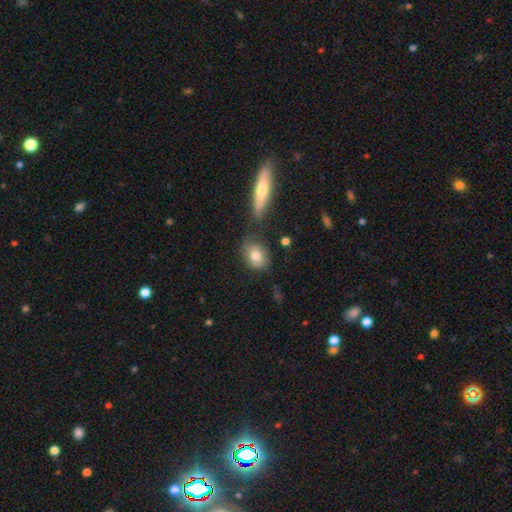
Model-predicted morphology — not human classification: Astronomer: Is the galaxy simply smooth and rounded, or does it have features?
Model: smooth — 78%.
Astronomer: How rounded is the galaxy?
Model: in between — 51% (runner-up: round, 46%).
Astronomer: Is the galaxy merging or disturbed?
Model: none — 68%.